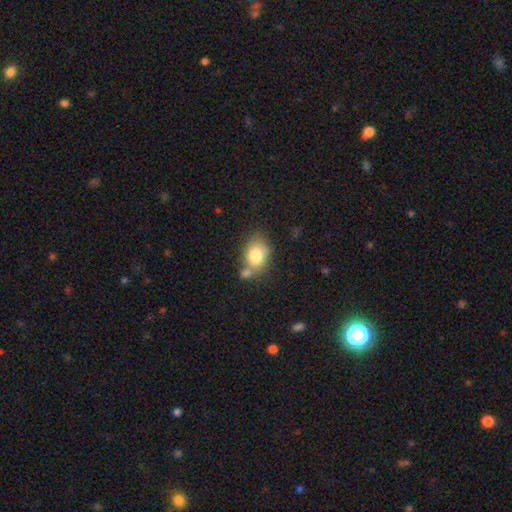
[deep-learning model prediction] This appears to be a smooth galaxy with no disk features (77%) that is in between round and cigar-shaped (62%). Merging: none (52%).